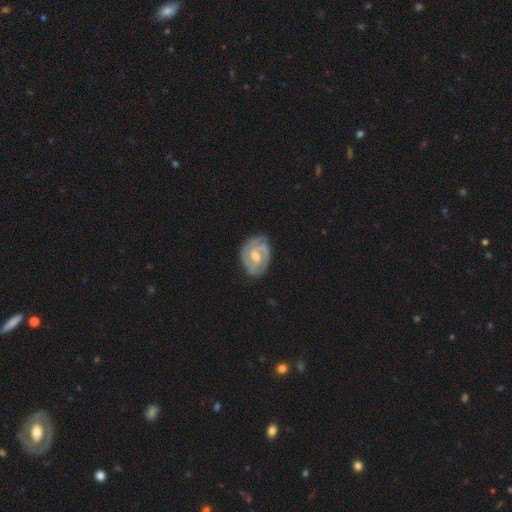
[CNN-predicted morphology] Overall: featured or disk (88%). Edge-on disk: no (98%). Bar: weak (54%; no 31%). Spiral arms: yes (97%). Spiral arm count: 2 (66%). Spiral winding: tight (58%; medium 36%). Bulge size: moderate (62%; small 31%). Merging: none (75%).